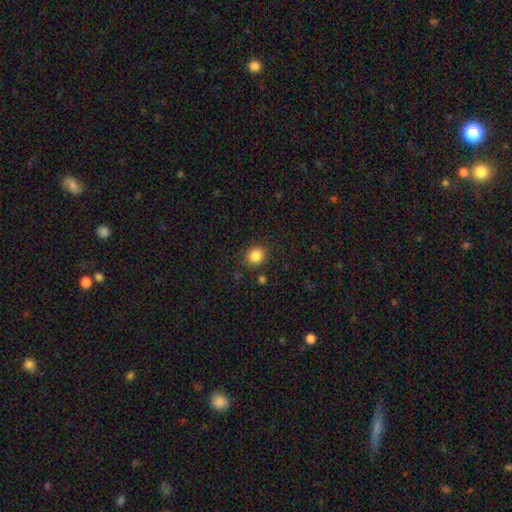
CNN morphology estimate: This appears to be a smooth galaxy with no disk features (85%) that is round (78%). Merging: none (87%).